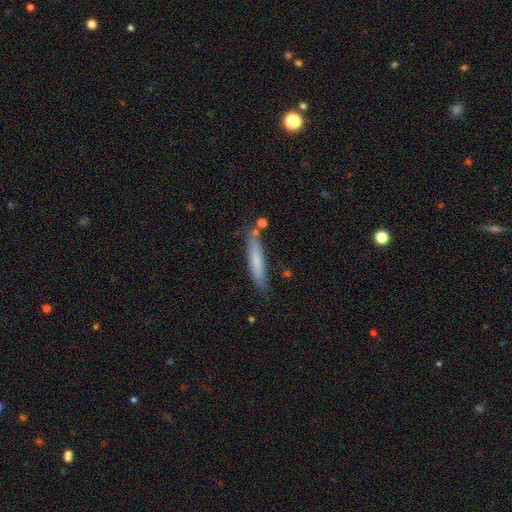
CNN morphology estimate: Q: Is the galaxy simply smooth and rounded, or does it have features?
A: smooth — 55%.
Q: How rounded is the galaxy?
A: cigar-shaped — 91%.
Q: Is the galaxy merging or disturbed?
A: none — 77%.